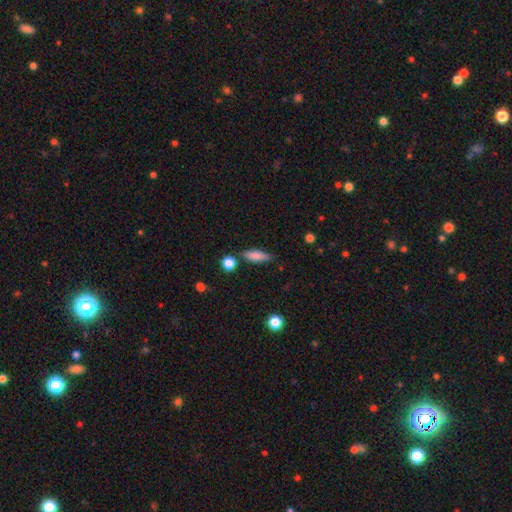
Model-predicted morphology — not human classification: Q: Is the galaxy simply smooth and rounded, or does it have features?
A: smooth — 75%.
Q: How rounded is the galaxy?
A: in between — 50%.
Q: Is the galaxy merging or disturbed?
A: none — 74%.